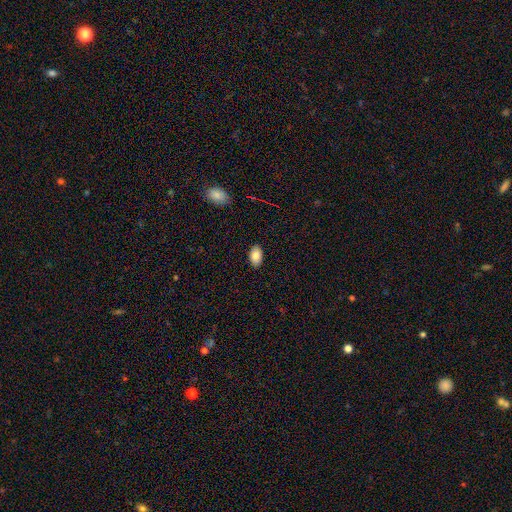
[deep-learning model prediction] Smooth or featured? smooth (86%)
How rounded? in between (93%)
Merging? none (89%)